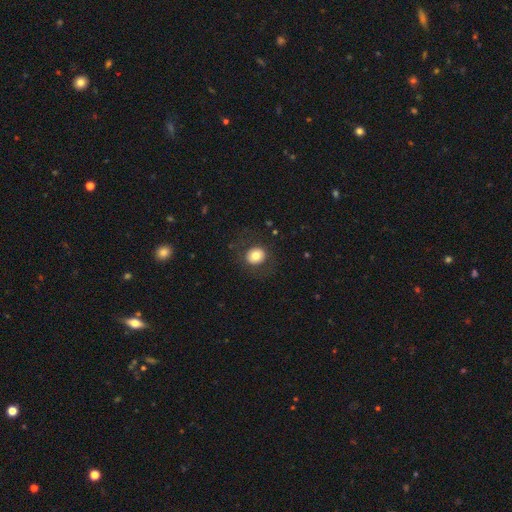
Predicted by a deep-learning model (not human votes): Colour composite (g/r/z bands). It shows a smooth galaxy with no disk features (73%) that is round (78%). Merging: none (84%).